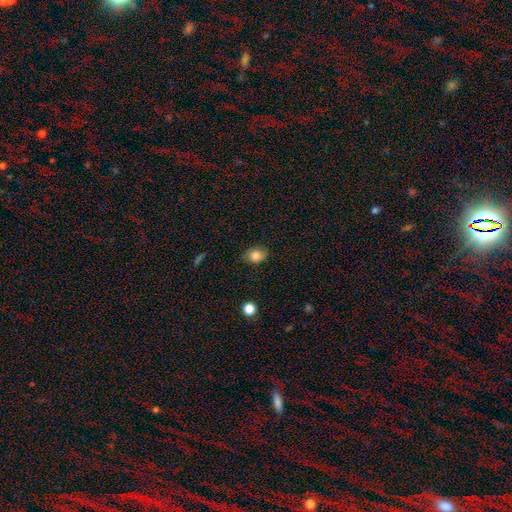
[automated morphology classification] smooth-or-featured: smooth: 82% | star or artifact: 9% | featured or disk: 8%
  how-rounded: in between: 63% | round: 36% | cigar-shaped: 1%
  merging: none: 81% | minor disturbance: 15% | major disturbance: 3% | merger: 1%